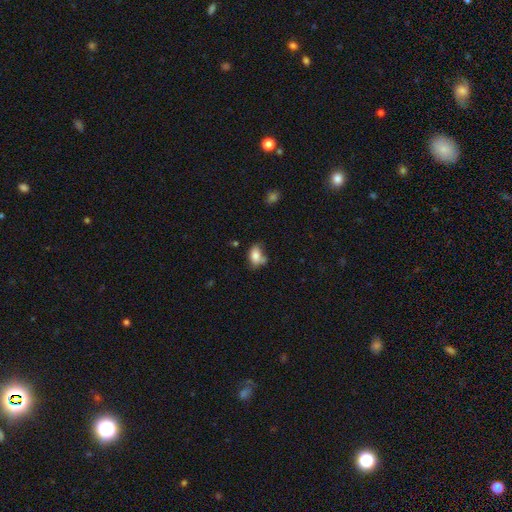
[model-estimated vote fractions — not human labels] Smooth or featured?
  - smooth: 75% *
  - featured or disk: 15%
  - star or artifact: 10%
How rounded?
  - in between: 84% *
  - round: 13%
  - cigar-shaped: 3%
Merging?
  - none: 42% *
  - minor disturbance: 30%
  - merger: 16%
  - major disturbance: 12%